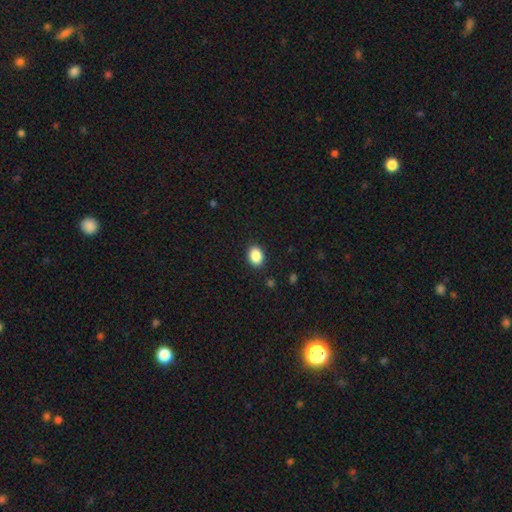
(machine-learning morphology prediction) Smooth or featured? Predicted: smooth (p=0.88). How rounded? Predicted: in between (p=0.69). Merging? Predicted: none (p=0.89).